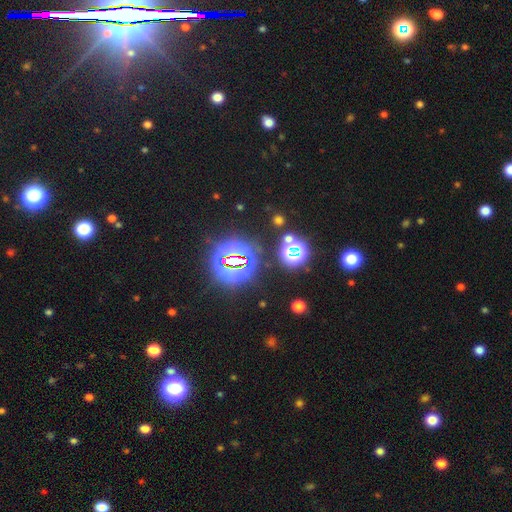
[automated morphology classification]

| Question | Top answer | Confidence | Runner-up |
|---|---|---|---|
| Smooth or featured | star or artifact | 82% | smooth (11%) |